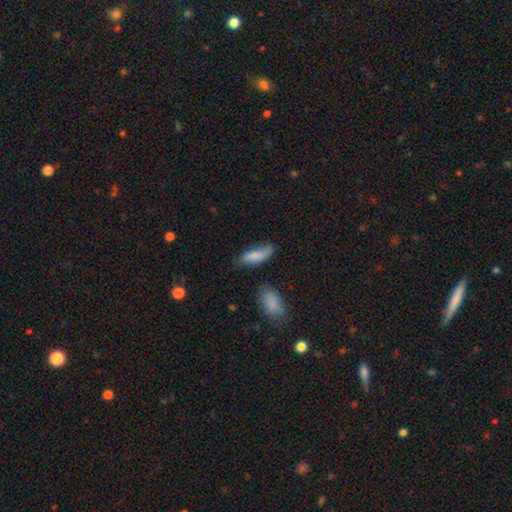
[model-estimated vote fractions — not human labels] smooth_or_featured: smooth (p=0.80) [alt: featured or disk p=0.13]
how_rounded: in between (p=0.63) [alt: cigar-shaped p=0.34]
merging: none (p=0.53) [alt: minor disturbance p=0.32]